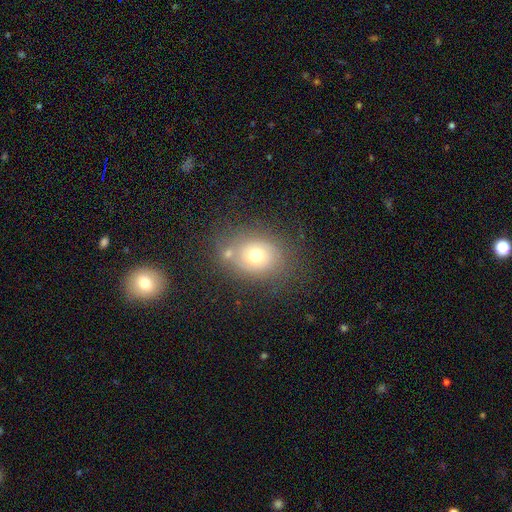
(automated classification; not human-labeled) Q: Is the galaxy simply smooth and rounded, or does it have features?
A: smooth — 48%.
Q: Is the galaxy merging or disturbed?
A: none — 64%.